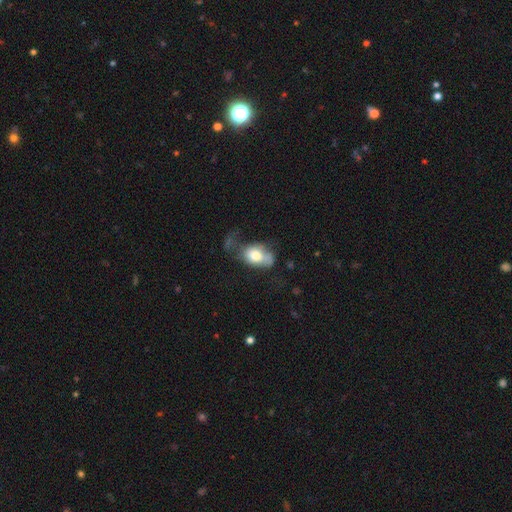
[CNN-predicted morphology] This is likely a smooth galaxy (69%). How rounded: likely in between (79%). Merging: marginally major disturbance (34%).